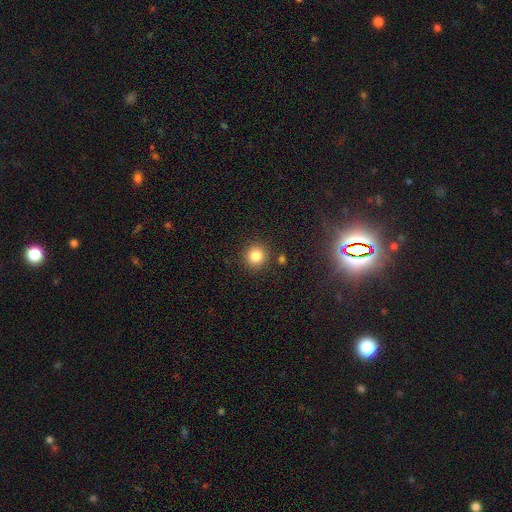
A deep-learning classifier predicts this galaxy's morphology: Q: Smooth or featured?
A: smooth (83%); runner-up: star or artifact (12%)
Q: How rounded?
A: round (93%); runner-up: in between (6%)
Q: Merging?
A: none (88%); runner-up: minor disturbance (6%)